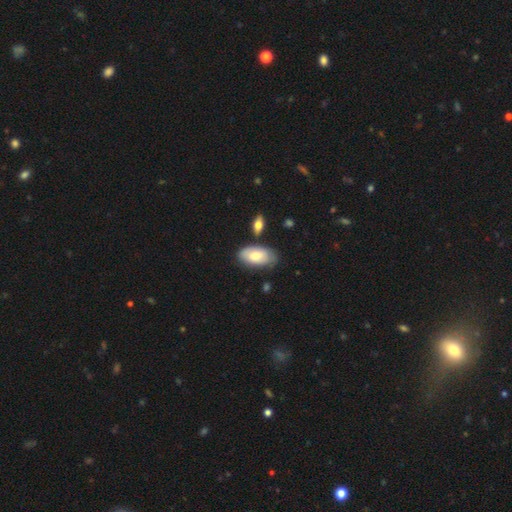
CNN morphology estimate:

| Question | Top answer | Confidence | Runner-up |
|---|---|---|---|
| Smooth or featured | smooth | 73% | featured or disk (22%) |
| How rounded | in between | 94% | cigar-shaped (3%) |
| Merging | none | 68% | minor disturbance (21%) |